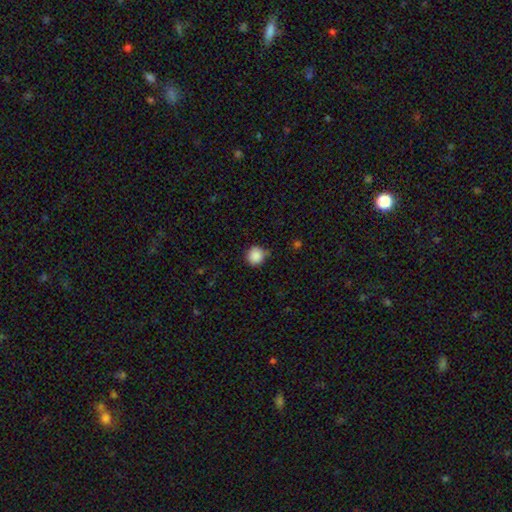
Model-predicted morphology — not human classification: A smooth galaxy with no disk features (87%) that is round (92%). Merging: none (76%).